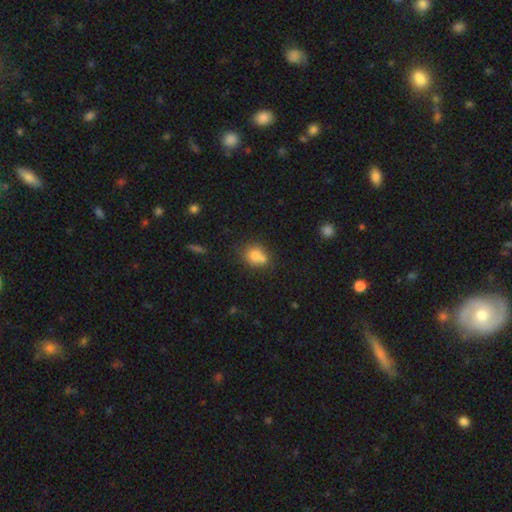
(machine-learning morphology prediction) smooth-or-featured: smooth: 75% | featured or disk: 14% | star or artifact: 11%
  how-rounded: round: 71% | in between: 28% | cigar-shaped: 1%
  merging: none: 44% | merger: 40% | minor disturbance: 12% | major disturbance: 4%